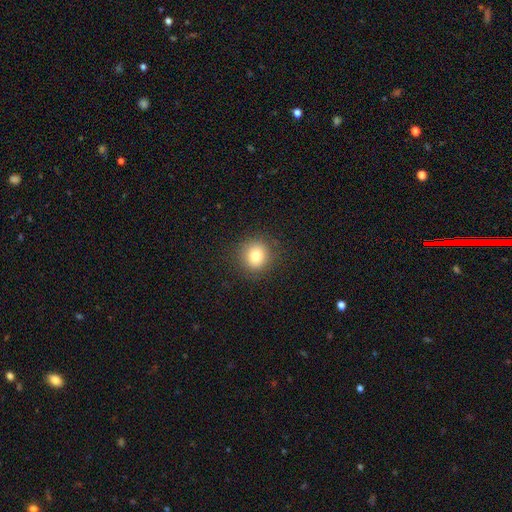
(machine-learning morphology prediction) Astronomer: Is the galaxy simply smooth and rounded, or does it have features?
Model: smooth — 80%.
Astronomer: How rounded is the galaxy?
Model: round — 88%.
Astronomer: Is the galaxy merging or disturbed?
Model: none — 89%.